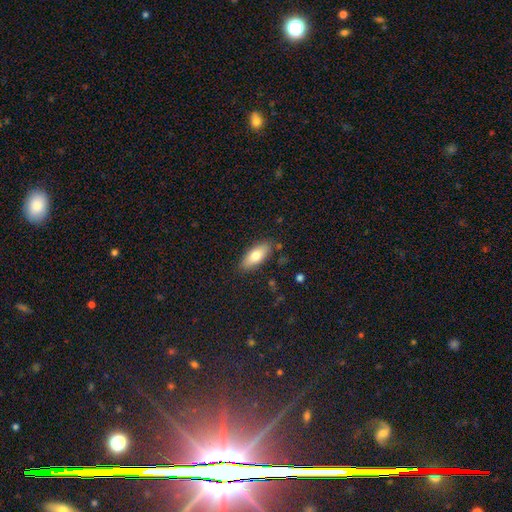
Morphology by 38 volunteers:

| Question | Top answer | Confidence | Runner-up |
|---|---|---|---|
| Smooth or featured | smooth | 82% | featured or disk (16%) |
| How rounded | in between | 94% | round (6%) |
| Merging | none | 92% | minor disturbance (8%) |